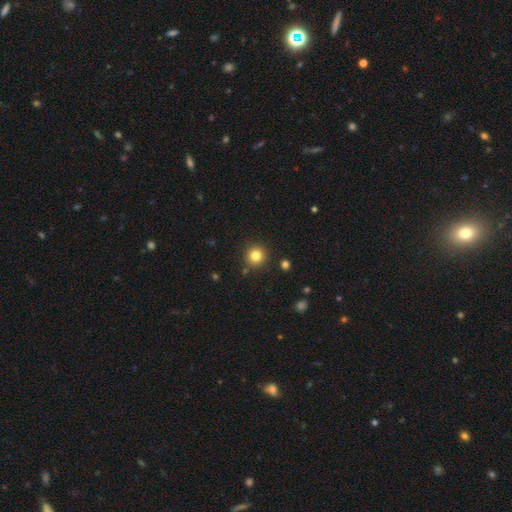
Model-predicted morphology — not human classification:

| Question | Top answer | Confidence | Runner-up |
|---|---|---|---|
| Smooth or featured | smooth | 82% | star or artifact (12%) |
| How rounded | round | 94% | in between (5%) |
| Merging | none | 89% | minor disturbance (6%) |